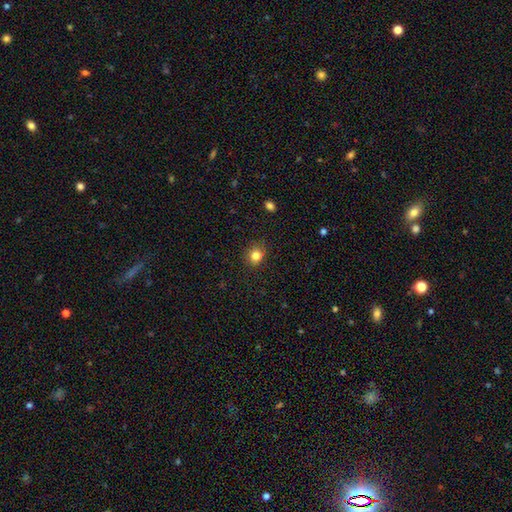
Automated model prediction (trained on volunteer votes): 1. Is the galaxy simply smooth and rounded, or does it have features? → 83% smooth, 12% star or artifact, 6% featured or disk.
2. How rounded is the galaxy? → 76% round, 23% in between, 1% cigar-shaped.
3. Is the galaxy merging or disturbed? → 85% none, 11% minor disturbance, 3% major disturbance, 1% merger.